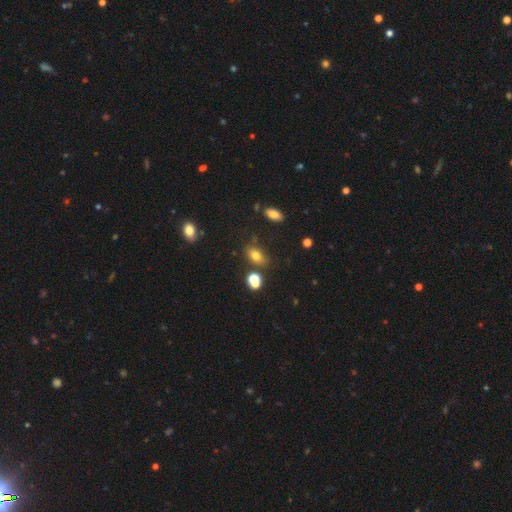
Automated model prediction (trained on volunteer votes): Smooth or featured: smooth — 74% (star or artifact — 15%)
How rounded: in between — 79% (round — 17%)
Merging: none — 67% (minor disturbance — 17%)